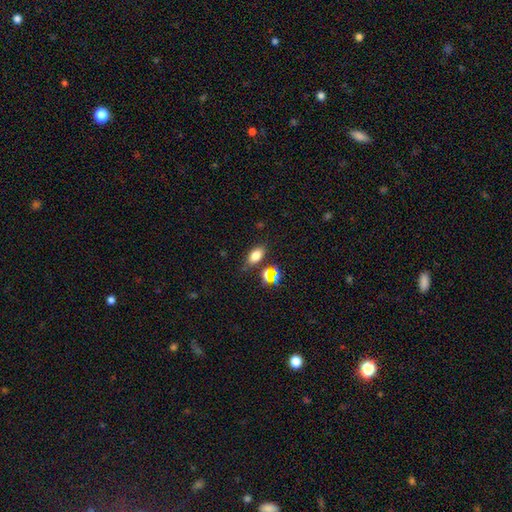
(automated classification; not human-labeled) This is likely a smooth galaxy (74%). How rounded: clearly in between (82%). Merging: likely none (73%).